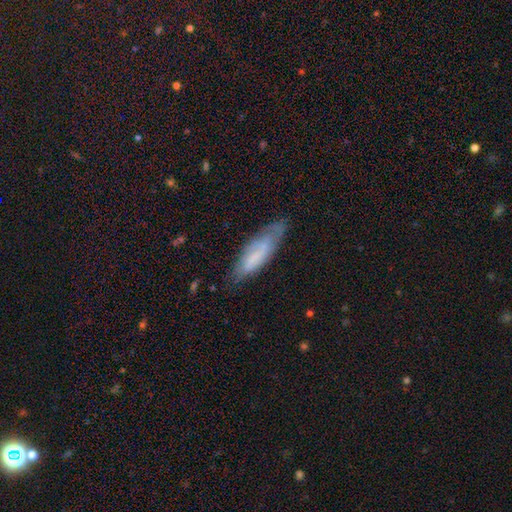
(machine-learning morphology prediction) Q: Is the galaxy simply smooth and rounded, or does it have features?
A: smooth — 53%.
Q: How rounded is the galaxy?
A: cigar-shaped — 56%.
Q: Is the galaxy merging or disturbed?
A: none — 61%.